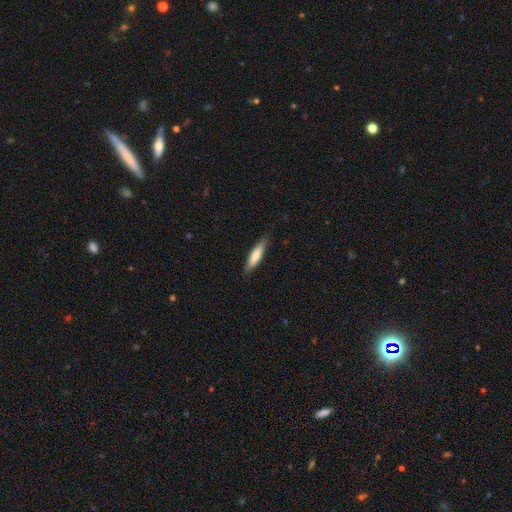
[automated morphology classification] Overall: smooth (71%). How rounded: cigar-shaped (78%). Merging: none (87%).